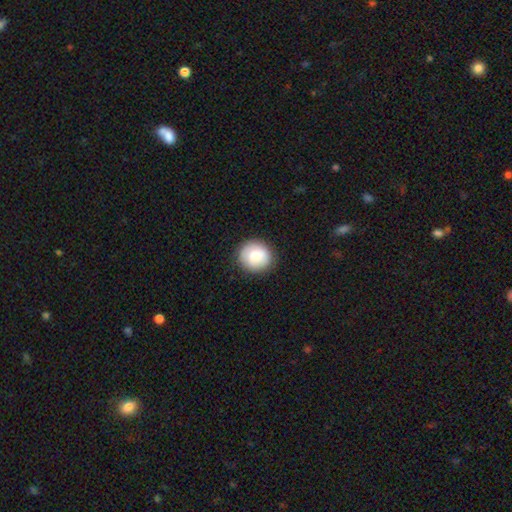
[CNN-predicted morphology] This is clearly a smooth galaxy (81%). How rounded: clearly round (88%). Merging: clearly none (86%).